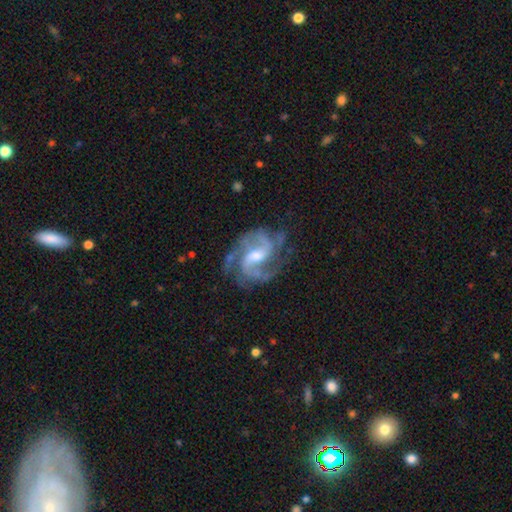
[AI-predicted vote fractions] Morphology: type=featured or disk (91%); edge-on=no (98%); bar=weak (51%); spiral arms=yes (98%); winding=medium (57%); arm count=2 (55%); bulge=moderate (55%); merging=none (71%).